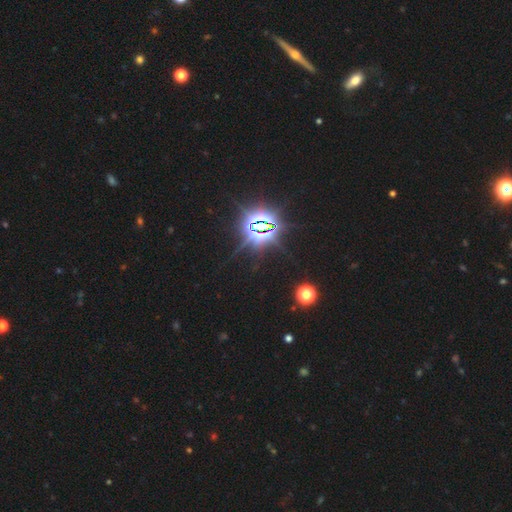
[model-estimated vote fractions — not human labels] The model was most divided on "smooth or featured": star or artifact: 85%, smooth: 9%, featured or disk: 6%.